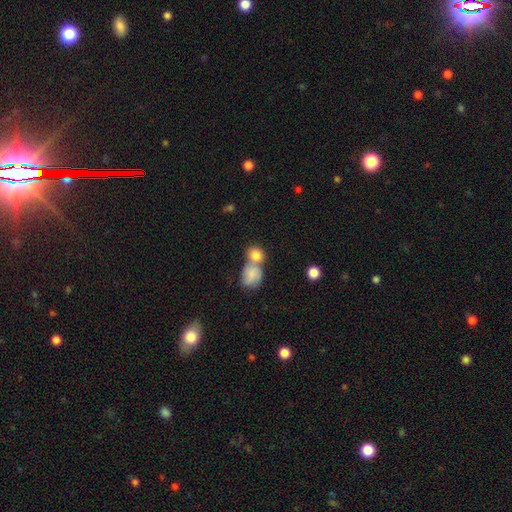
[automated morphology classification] This is clearly a smooth galaxy (80%). How rounded: likely round (64%). Merging: possibly merger (56%).